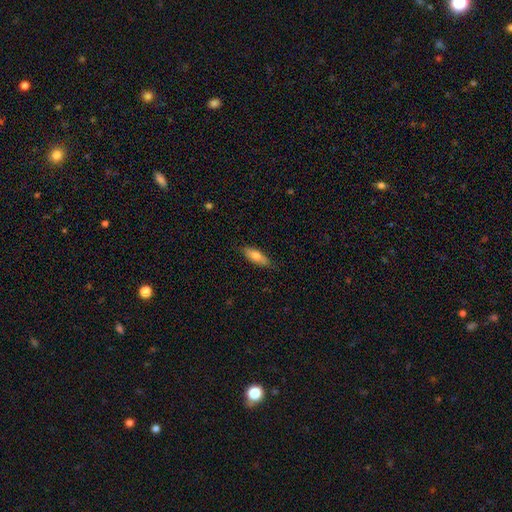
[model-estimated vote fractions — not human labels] smooth_or_featured: smooth (p=0.75) [alt: featured or disk p=0.19]
how_rounded: in between (p=0.66) [alt: cigar-shaped p=0.32]
merging: none (p=0.81) [alt: minor disturbance p=0.16]